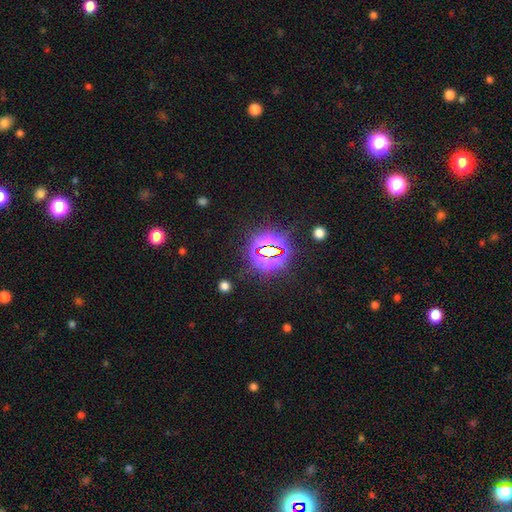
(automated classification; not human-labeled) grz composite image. It shows a star or artifact, not a galaxy (83%).